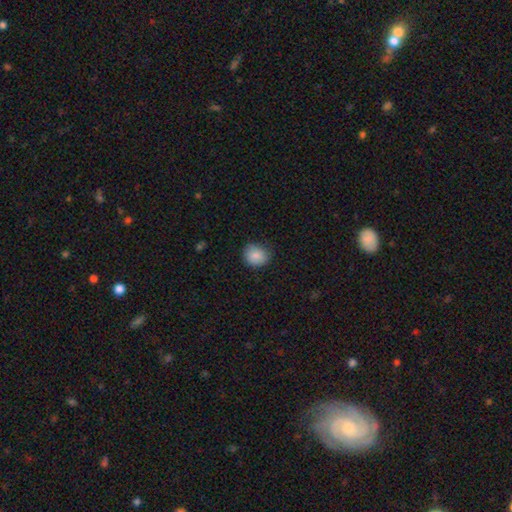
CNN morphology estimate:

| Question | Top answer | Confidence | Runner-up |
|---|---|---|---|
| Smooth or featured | smooth | 87% | star or artifact (8%) |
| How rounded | round | 75% | in between (24%) |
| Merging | none | 79% | minor disturbance (17%) |